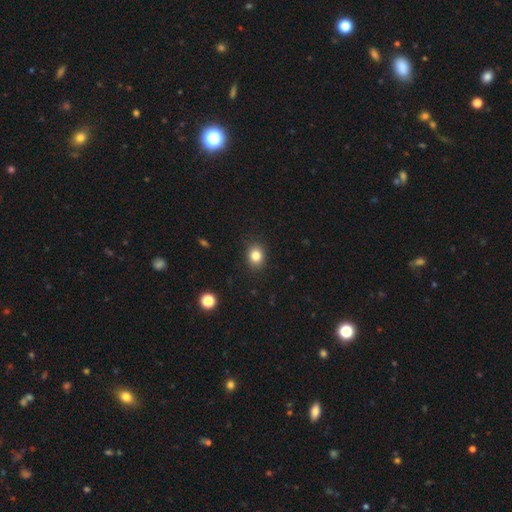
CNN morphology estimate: type=smooth (83%); roundness=round (60%); merging=none (88%).